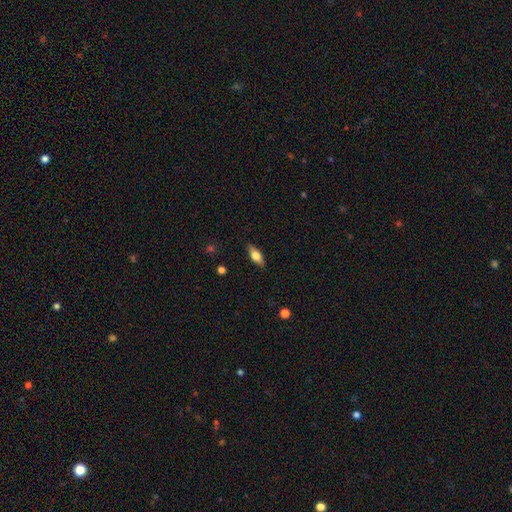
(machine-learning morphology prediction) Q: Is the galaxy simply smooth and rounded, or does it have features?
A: smooth — 62%.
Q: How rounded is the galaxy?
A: in between — 71%.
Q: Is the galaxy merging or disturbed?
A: none — 87%.